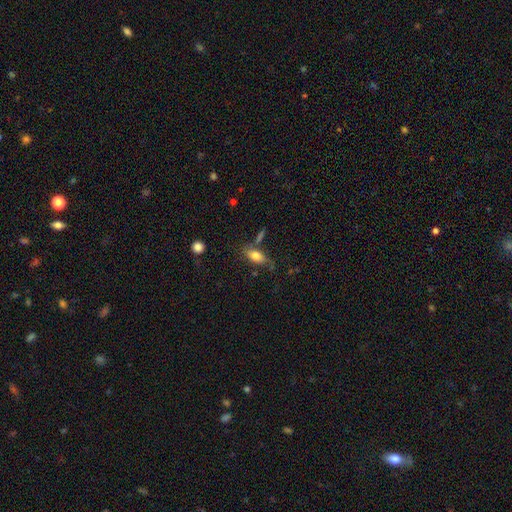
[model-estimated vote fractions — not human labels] Q: Smooth or featured?
A: smooth (75%); runner-up: featured or disk (17%)
Q: How rounded?
A: in between (85%); runner-up: cigar-shaped (11%)
Q: Merging?
A: none (63%); runner-up: minor disturbance (20%)